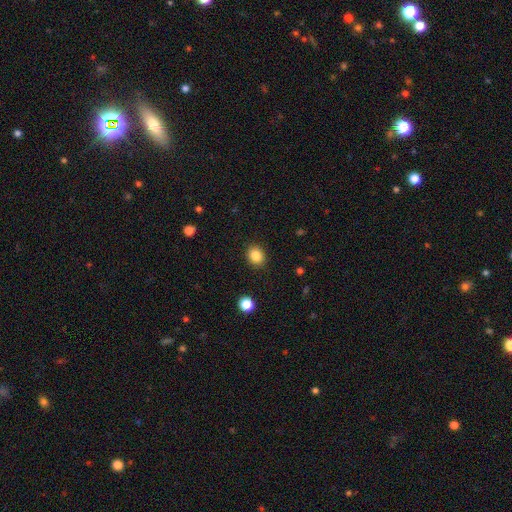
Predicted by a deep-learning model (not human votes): This appears to be a smooth galaxy with no disk features (85%) that is round (63%). Merging: none (90%).